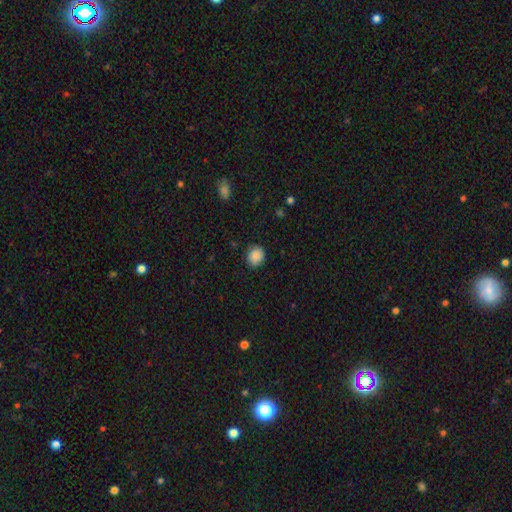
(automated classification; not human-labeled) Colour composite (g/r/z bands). It shows a smooth galaxy with no disk features (88%) that is round (70%). Merging: none (87%).